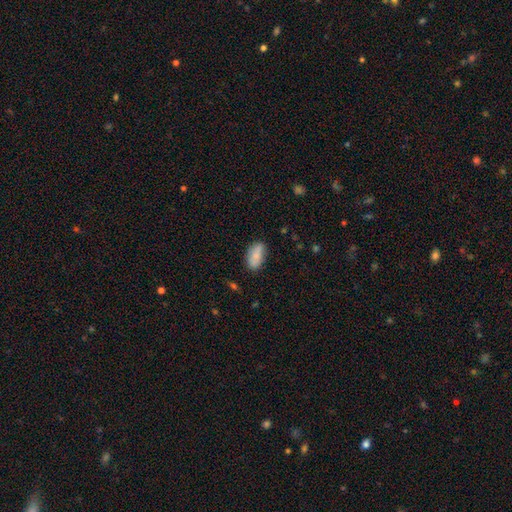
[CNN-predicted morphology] Smooth or featured? Predicted: smooth (p=0.82). How rounded? Predicted: in between (p=0.90). Merging? Predicted: none (p=0.74).